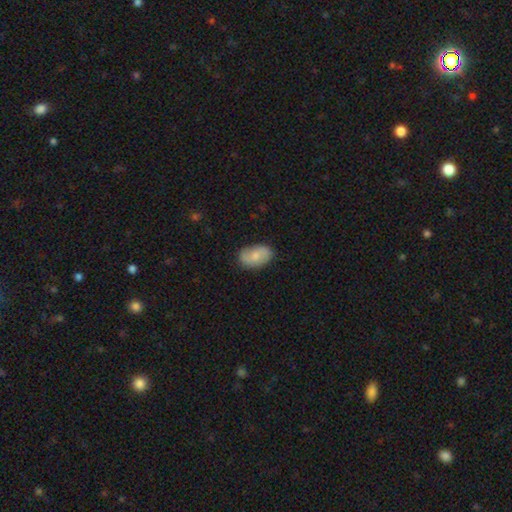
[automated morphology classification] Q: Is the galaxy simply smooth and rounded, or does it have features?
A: smooth — 69%.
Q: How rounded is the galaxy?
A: in between — 90%.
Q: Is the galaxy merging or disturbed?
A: none — 78%.